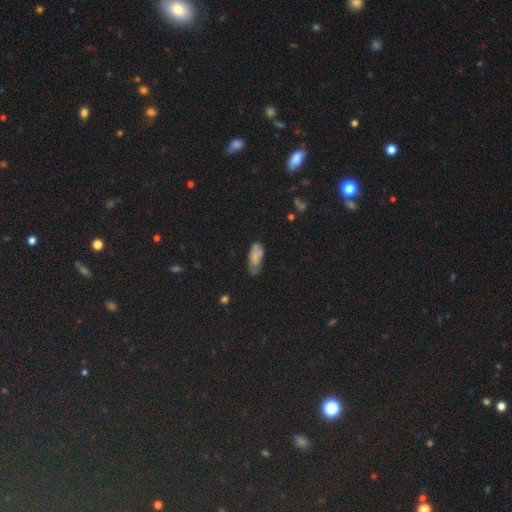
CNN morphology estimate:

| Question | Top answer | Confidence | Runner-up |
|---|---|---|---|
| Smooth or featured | smooth | 58% | featured or disk (27%) |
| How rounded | in between | 79% | cigar-shaped (17%) |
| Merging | none | 51% | minor disturbance (29%) |